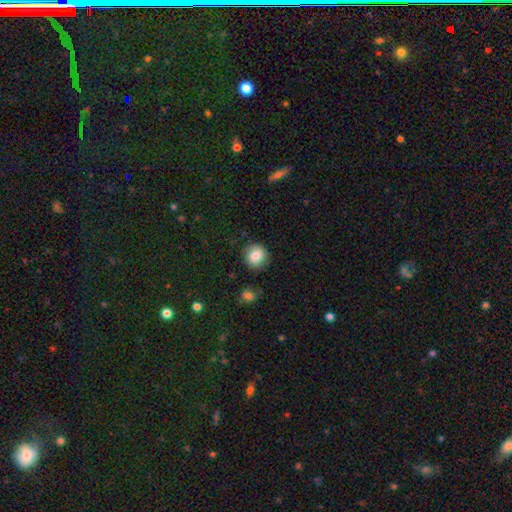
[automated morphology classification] Q: Smooth or featured?
A: smooth (84%); runner-up: star or artifact (9%)
Q: How rounded?
A: round (90%); runner-up: in between (9%)
Q: Merging?
A: none (86%); runner-up: minor disturbance (10%)